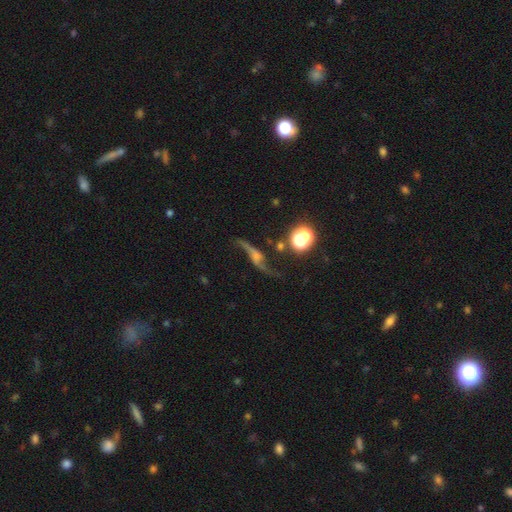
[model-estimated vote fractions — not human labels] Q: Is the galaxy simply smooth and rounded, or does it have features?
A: featured or disk — 80%.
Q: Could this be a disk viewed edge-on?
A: no — 84%.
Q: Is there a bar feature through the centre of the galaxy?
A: no — 53%.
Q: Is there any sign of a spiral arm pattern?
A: yes — 94%.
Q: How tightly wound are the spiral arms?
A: loose — 93%.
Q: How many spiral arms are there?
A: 2 — 92%.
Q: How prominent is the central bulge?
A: small — 32%.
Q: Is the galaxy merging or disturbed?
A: none — 64%.